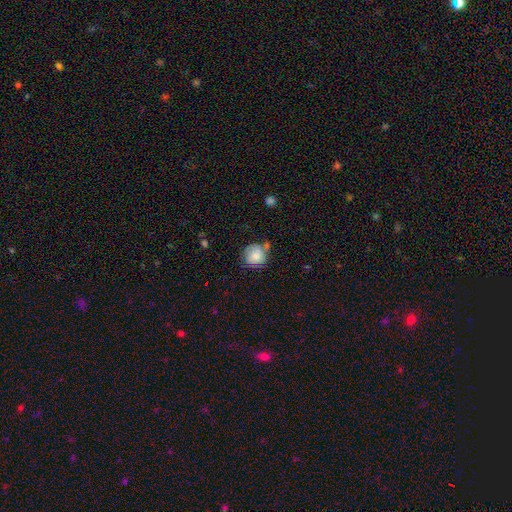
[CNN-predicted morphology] Smooth or featured? smooth (72%)
How rounded? round (85%)
Merging? none (57%)